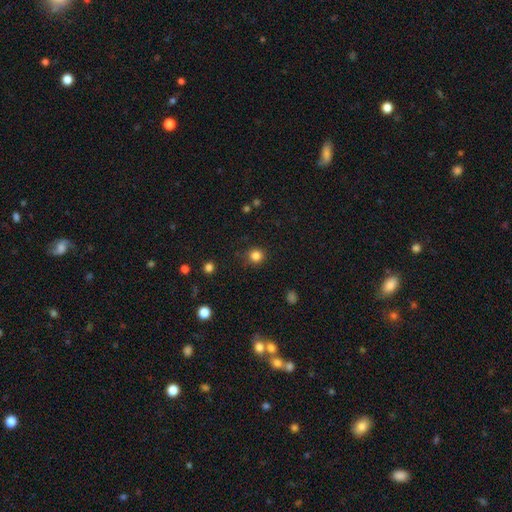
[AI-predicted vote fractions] smooth_or_featured: smooth (p=0.83) [alt: star or artifact p=0.13]
how_rounded: round (p=0.93) [alt: in between p=0.06]
merging: none (p=0.88) [alt: minor disturbance p=0.08]